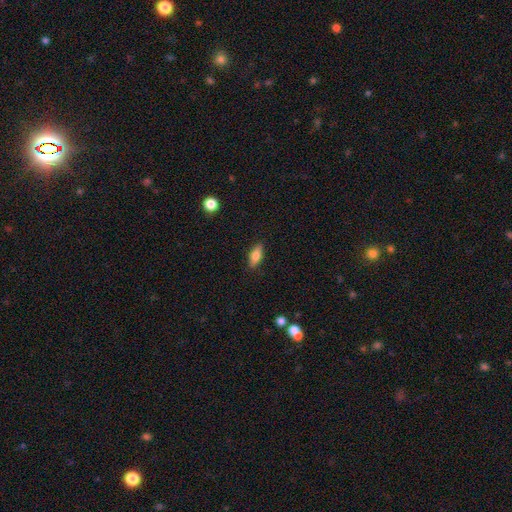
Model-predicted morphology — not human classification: This appears to be a smooth galaxy with no disk features (75%) that is in between round and cigar-shaped (75%). Merging: none (87%).